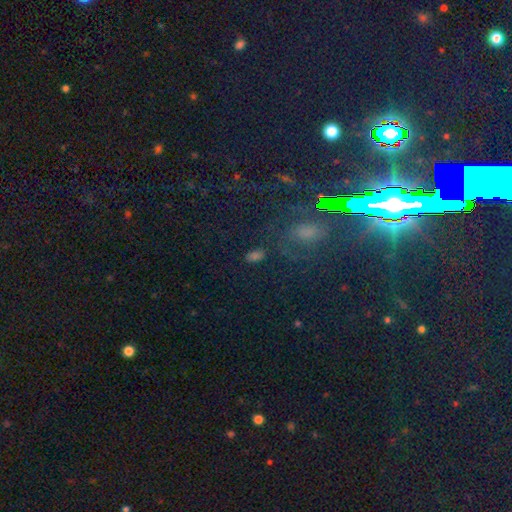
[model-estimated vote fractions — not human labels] Smooth or featured?
  - star or artifact: 56% *
  - smooth: 30%
  - featured or disk: 15%